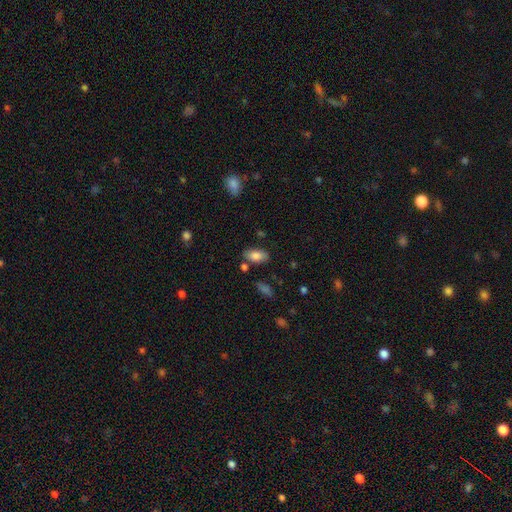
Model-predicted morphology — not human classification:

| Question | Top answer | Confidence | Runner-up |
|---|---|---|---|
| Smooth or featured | smooth | 81% | featured or disk (11%) |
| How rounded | in between | 92% | cigar-shaped (4%) |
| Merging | none | 79% | minor disturbance (12%) |